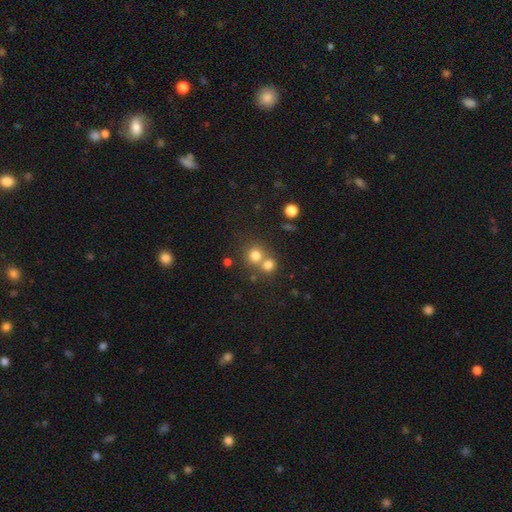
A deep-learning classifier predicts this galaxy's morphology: smooth_or_featured: smooth (p=0.76) [alt: star or artifact p=0.15]
how_rounded: round (p=0.87) [alt: in between p=0.12]
merging: none (p=0.48) [alt: merger p=0.44]